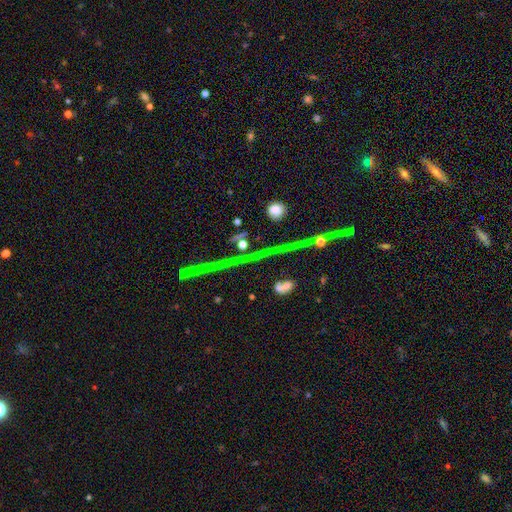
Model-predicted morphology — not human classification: Smooth or featured: star or artifact — 69% (featured or disk — 20%)